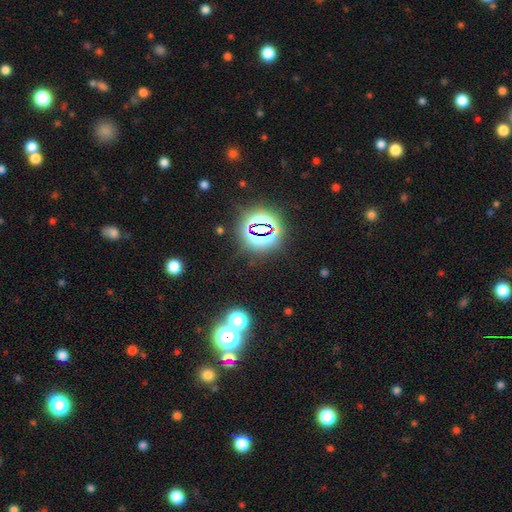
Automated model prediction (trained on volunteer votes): A star or artifact, not a galaxy (79%).

Vote fractions:
- Smooth or featured? star or artifact: 79% / smooth: 13% / featured or disk: 8%